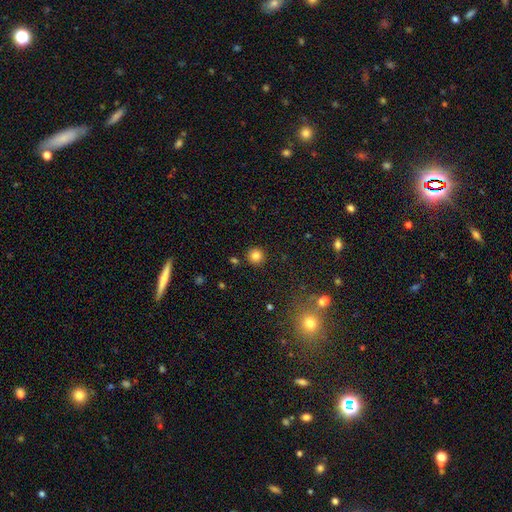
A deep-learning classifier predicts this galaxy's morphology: smooth 82%, star or artifact 12%, featured or disk 5%. Down the decision tree: how rounded — round (95%); merging — none (89%).